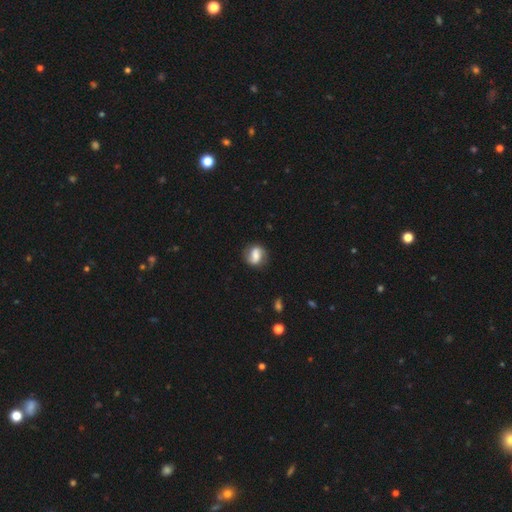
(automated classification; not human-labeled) featured or disk 46%, smooth 45%, star or artifact 8%. Down the decision tree: merging — none (77%).